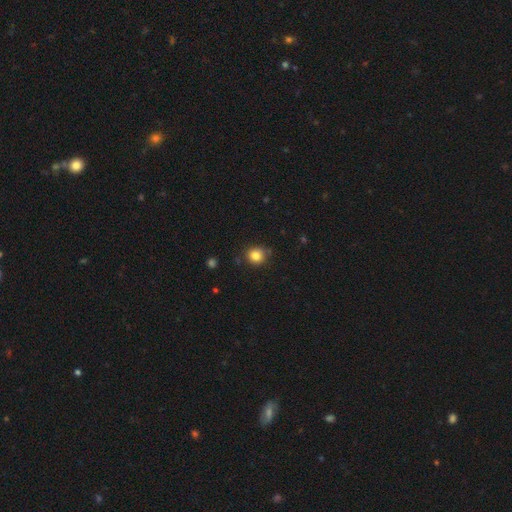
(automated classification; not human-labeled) Morphology: type=smooth (84%); roundness=round (88%); merging=none (83%).